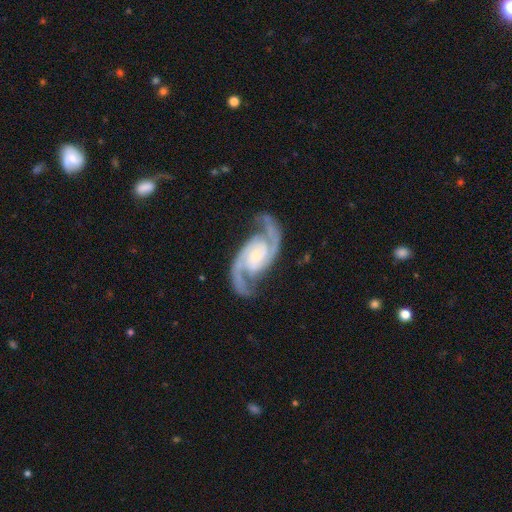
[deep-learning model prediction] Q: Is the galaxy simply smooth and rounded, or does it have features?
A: featured or disk — 94%.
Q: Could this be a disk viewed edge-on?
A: no — 98%.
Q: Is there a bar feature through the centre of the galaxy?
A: no — 50%.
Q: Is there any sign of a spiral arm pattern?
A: yes — 99%.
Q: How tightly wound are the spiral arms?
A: medium — 60%.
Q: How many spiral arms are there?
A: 2 — 94%.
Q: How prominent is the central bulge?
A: small — 49%.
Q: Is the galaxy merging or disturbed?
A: none — 80%.